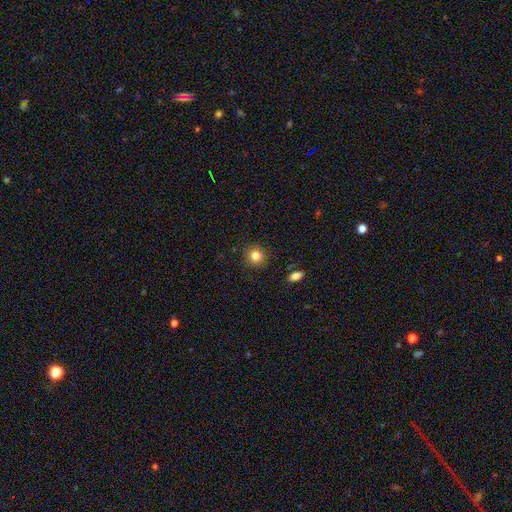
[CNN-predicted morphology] smooth_or_featured: smooth (p=0.83) [alt: star or artifact p=0.11]
how_rounded: round (p=0.90) [alt: in between p=0.09]
merging: none (p=0.88) [alt: minor disturbance p=0.08]